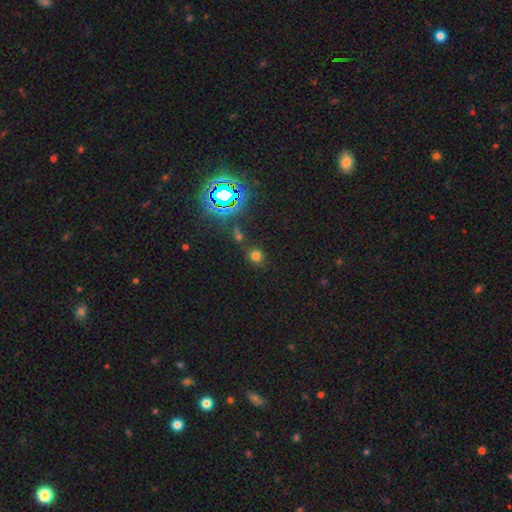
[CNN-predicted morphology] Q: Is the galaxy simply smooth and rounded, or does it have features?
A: smooth — 64%.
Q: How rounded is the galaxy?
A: round — 83%.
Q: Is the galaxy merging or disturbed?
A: none — 78%.